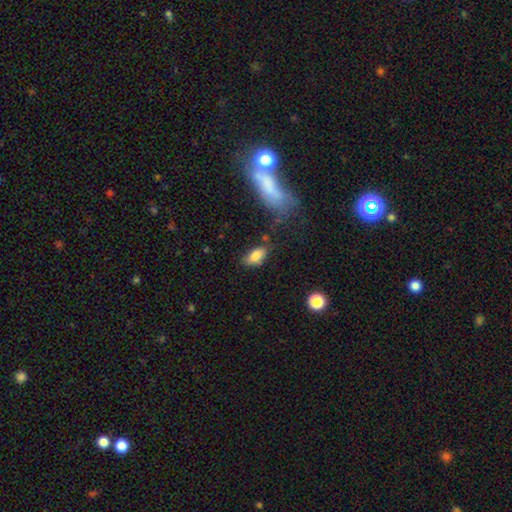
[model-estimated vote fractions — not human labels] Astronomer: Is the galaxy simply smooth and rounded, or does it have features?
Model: smooth — 83%.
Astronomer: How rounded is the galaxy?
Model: in between — 92%.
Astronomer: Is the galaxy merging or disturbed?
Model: none — 68%.